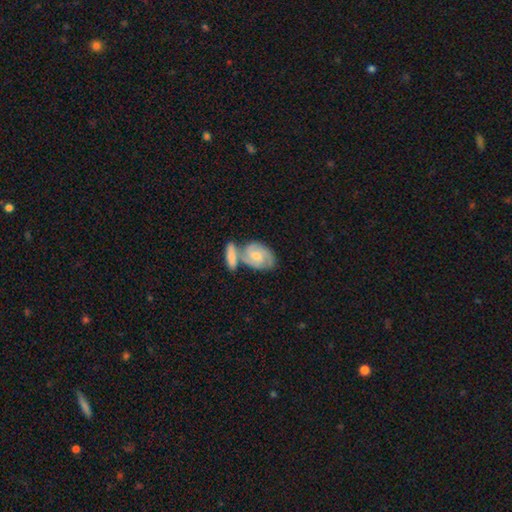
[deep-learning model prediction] This is likely a featured or disk galaxy (71%). It is clearly not viewed edge-on (95%). Bar: likely no (62%). Spiral arm pattern: clearly yes (91%). Spiral arm count: likely 2 (61%). Spiral winding: possibly tight (54%). Central bulge: possibly moderate (51%). Merging: marginally merger (42%).